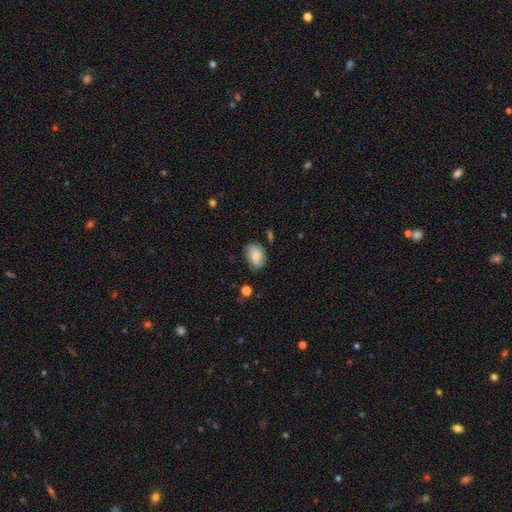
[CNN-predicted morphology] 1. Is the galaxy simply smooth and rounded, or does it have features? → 70% smooth, 22% featured or disk, 8% star or artifact.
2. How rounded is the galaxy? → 81% in between, 17% round, 1% cigar-shaped.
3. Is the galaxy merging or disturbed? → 69% none, 23% minor disturbance, 5% major disturbance, 3% merger.